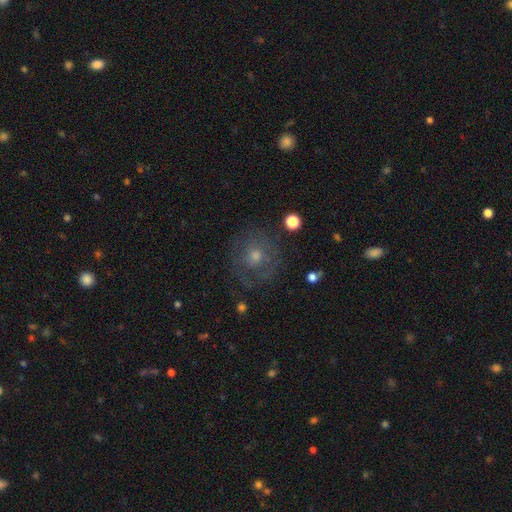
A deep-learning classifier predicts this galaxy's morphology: type=smooth (45%); merging=none (73%).